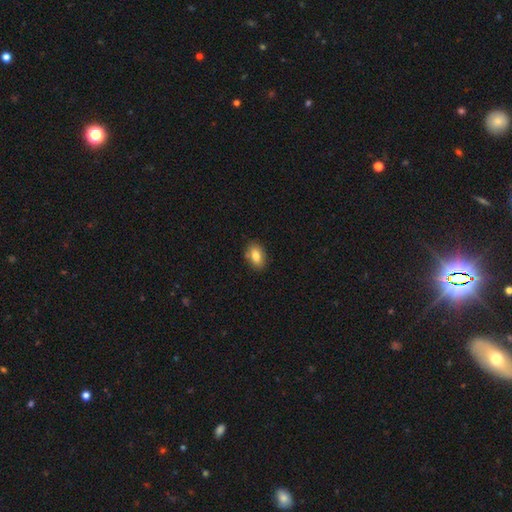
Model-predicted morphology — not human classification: This is clearly a smooth galaxy (81%). How rounded: clearly in between (86%). Merging: clearly none (81%).